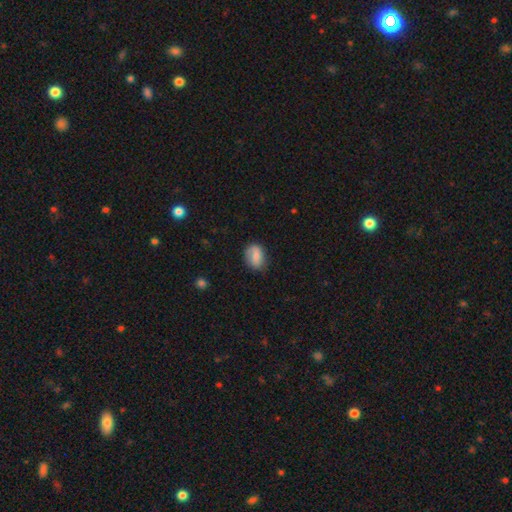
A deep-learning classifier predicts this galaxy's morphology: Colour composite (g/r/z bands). It shows a smooth galaxy with no disk features (70%) that is in between round and cigar-shaped (73%). Merging: none (71%).